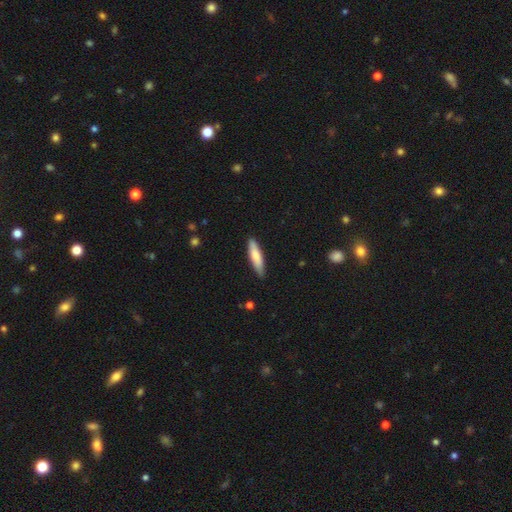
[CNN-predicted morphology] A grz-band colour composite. It shows a smooth galaxy with no disk features (72%) that is cigar-shaped (75%). Merging: none (85%).